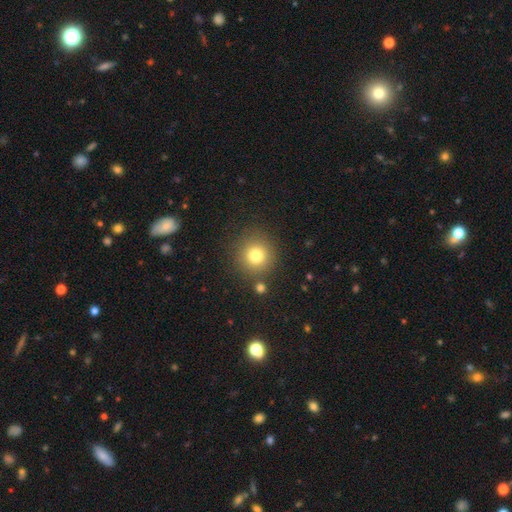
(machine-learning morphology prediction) This appears to be a smooth galaxy with no disk features (78%) that is round (93%). Merging: none (84%).